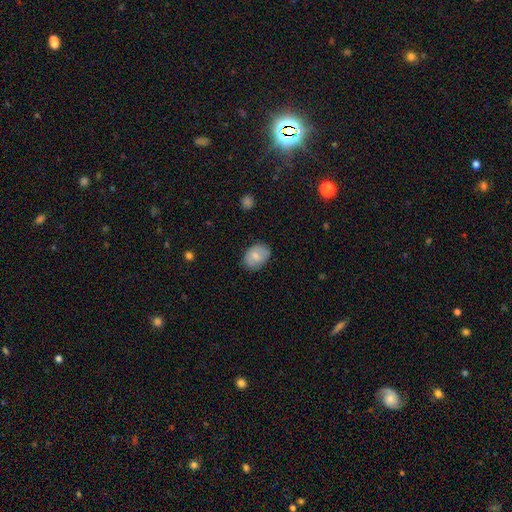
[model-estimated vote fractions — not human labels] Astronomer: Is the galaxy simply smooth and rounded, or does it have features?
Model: smooth — 75%.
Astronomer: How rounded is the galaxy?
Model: in between — 73%.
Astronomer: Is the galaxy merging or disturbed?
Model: none — 80%.